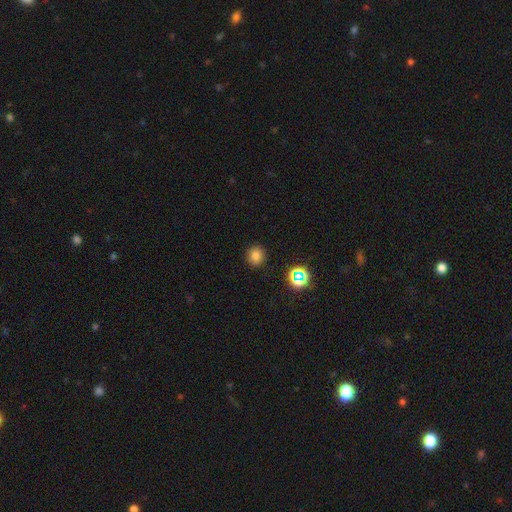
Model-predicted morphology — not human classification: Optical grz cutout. It shows a smooth galaxy with no disk features (78%) that is round (84%). Merging: none (89%).